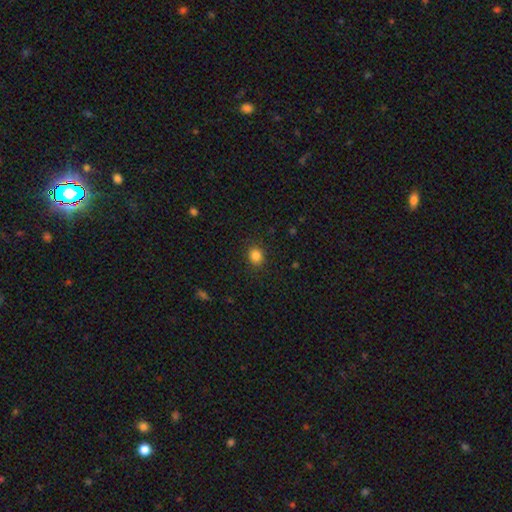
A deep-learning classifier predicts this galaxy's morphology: A smooth galaxy with no disk features (85%) that is round (68%).

Vote fractions:
- Smooth or featured? smooth: 85% / star or artifact: 11% / featured or disk: 4%
- How rounded? round: 68% / in between: 31% / cigar-shaped: 1%
- Merging? none: 89% / minor disturbance: 7% / major disturbance: 2% / merger: 1%